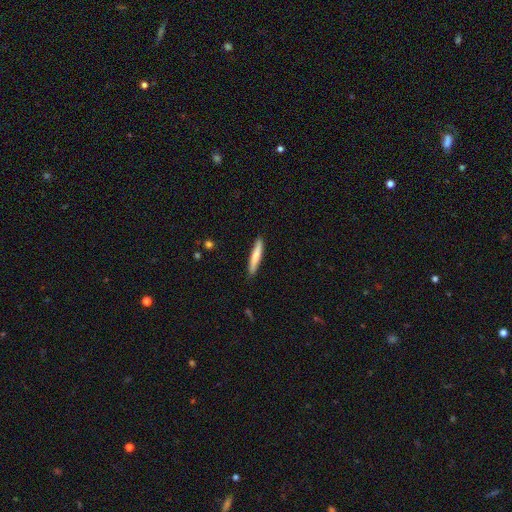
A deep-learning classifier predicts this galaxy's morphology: Q: Smooth or featured?
A: smooth (77%); runner-up: featured or disk (18%)
Q: How rounded?
A: cigar-shaped (92%); runner-up: in between (6%)
Q: Merging?
A: none (88%); runner-up: minor disturbance (9%)